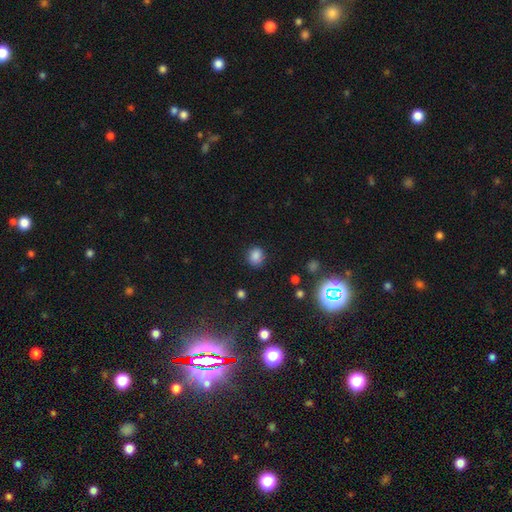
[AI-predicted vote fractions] Smooth or featured? Predicted: smooth (p=0.82). How rounded? Predicted: round (p=0.66). Merging? Predicted: none (p=0.79).